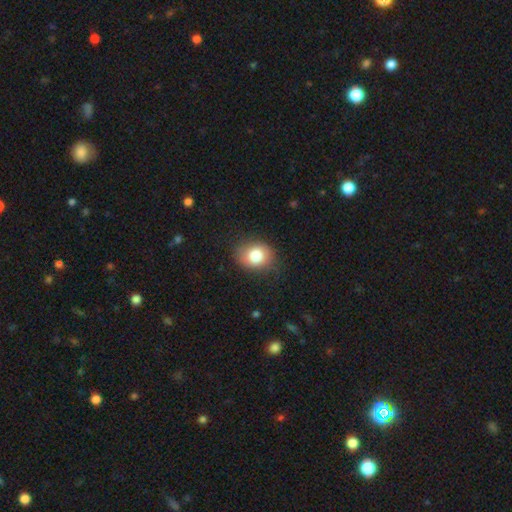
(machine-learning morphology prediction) This appears to be a smooth galaxy with no disk features (81%) that is in between round and cigar-shaped (51%). Merging: none (80%).